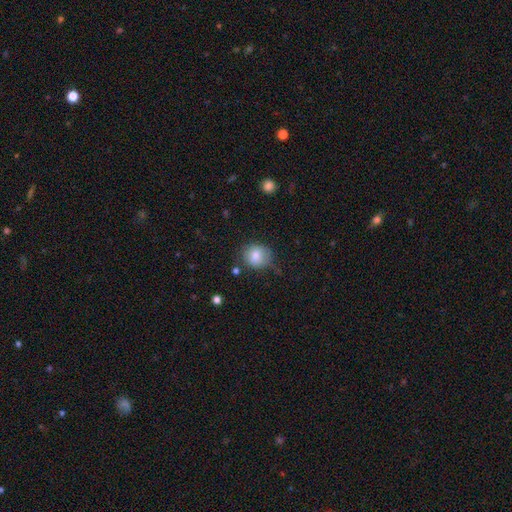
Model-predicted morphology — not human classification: smooth 80%, featured or disk 11%, star or artifact 9%. Down the decision tree: how rounded — round (75%); merging — none (69%).